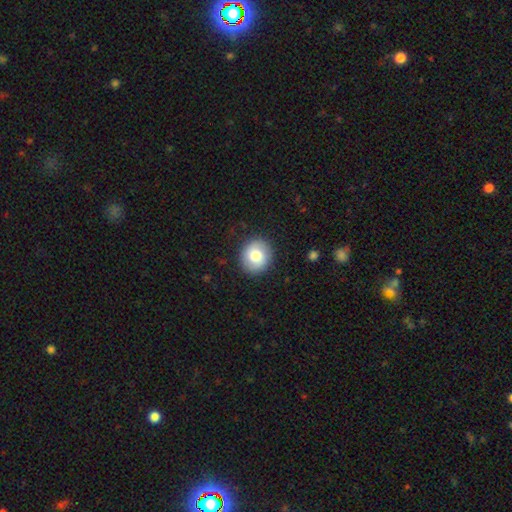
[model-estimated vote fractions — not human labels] A smooth galaxy with no disk features (77%) that is round (84%).

Vote fractions:
- Smooth or featured? smooth: 77% / featured or disk: 15% / star or artifact: 8%
- How rounded? round: 84% / in between: 16% / cigar-shaped: 1%
- Merging? none: 89% / minor disturbance: 8% / major disturbance: 2% / merger: 1%